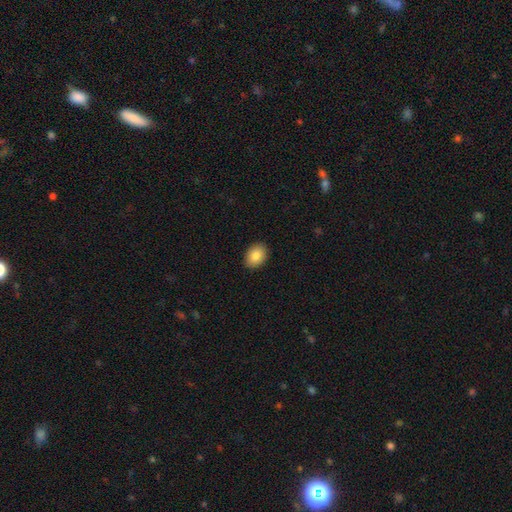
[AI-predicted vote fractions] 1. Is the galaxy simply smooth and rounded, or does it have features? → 85% smooth, 8% featured or disk, 7% star or artifact.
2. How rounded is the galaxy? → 77% in between, 22% round, 1% cigar-shaped.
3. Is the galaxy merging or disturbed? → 89% none, 8% minor disturbance, 2% major disturbance, 1% merger.